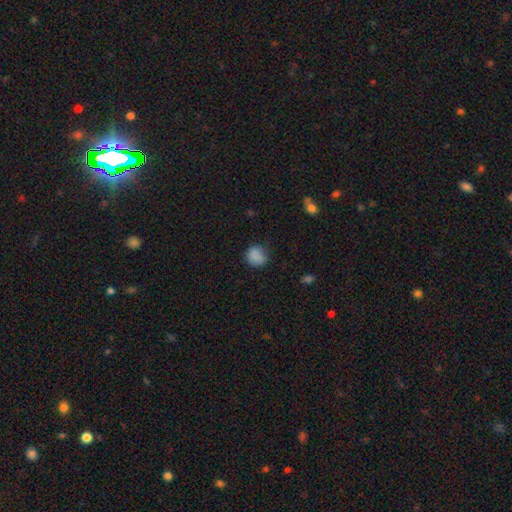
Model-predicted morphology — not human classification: This is clearly a smooth galaxy (85%). How rounded: likely round (78%). Merging: likely none (75%).